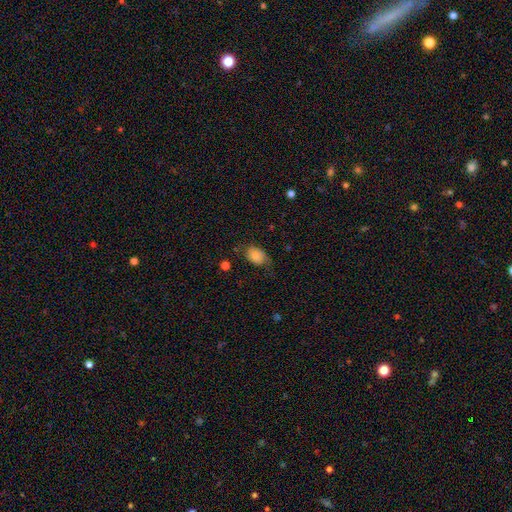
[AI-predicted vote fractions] Morphology: type=smooth (82%); roundness=in between (82%); merging=none (56%).